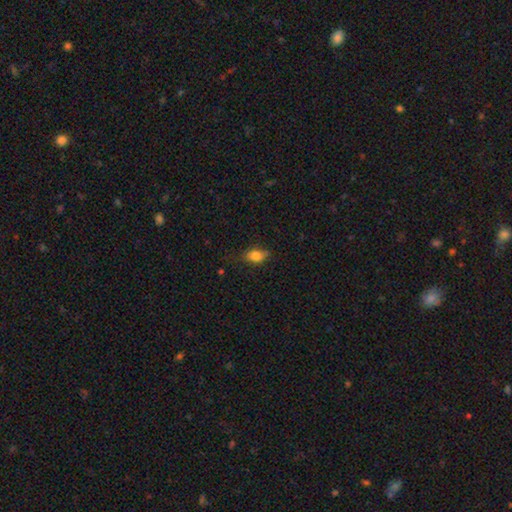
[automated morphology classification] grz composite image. It shows a smooth galaxy with no disk features (75%) that is in between round and cigar-shaped (79%). Merging: none (66%).